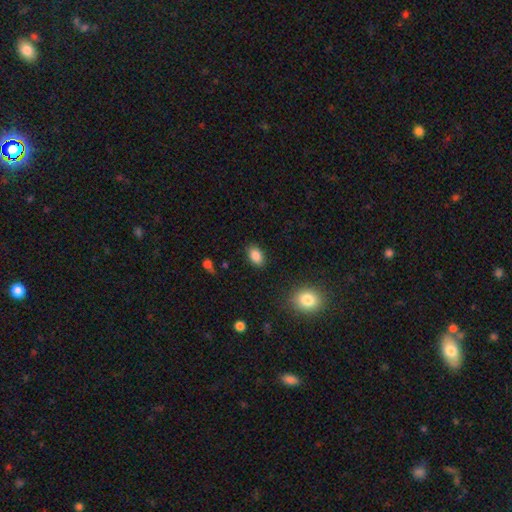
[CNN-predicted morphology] This is clearly a smooth galaxy (87%). How rounded: clearly in between (87%). Merging: clearly none (87%).